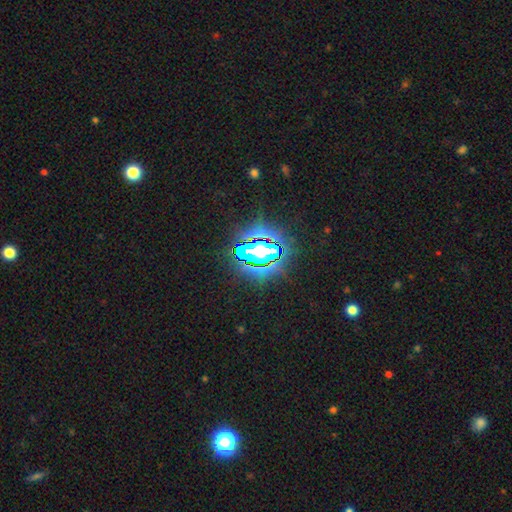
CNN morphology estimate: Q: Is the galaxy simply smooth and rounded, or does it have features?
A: star or artifact — 70%.